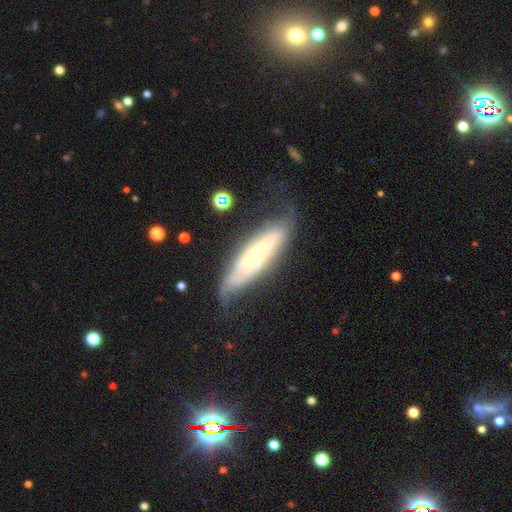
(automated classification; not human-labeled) Overall: featured or disk (61%; smooth 32%). Edge-on disk: no (62%; yes 38%). Merging: none (57%; minor disturbance 27%).